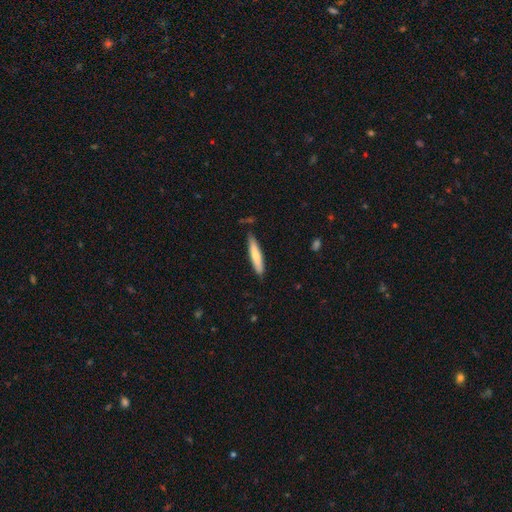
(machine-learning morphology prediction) Smooth or featured? Predicted: smooth (p=0.68). How rounded? Predicted: cigar-shaped (p=0.90). Merging? Predicted: none (p=0.82).